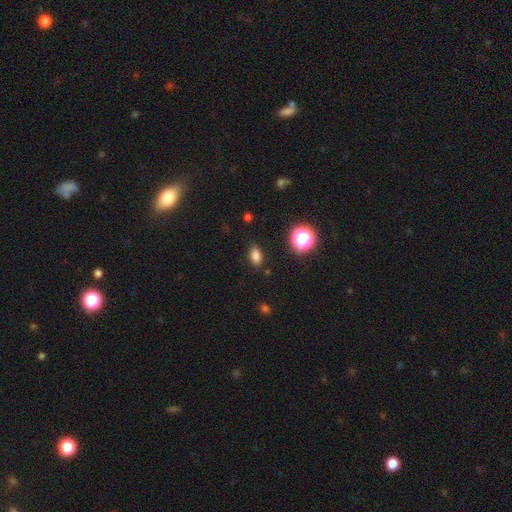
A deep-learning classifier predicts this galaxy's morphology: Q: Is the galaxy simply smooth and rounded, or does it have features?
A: smooth — 80%.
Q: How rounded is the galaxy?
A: in between — 83%.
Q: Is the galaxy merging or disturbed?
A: none — 84%.